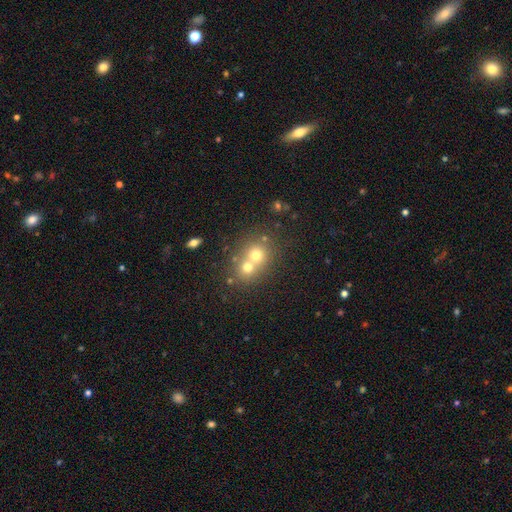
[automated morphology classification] Smooth or featured? Predicted: smooth (p=0.66). How rounded? Predicted: round (p=0.77). Merging? Predicted: merger (p=0.60).